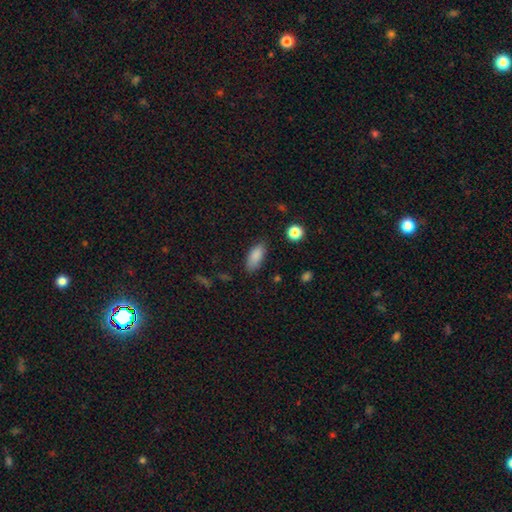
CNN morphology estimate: This is clearly a smooth galaxy (86%). How rounded: clearly in between (84%). Merging: likely none (80%).